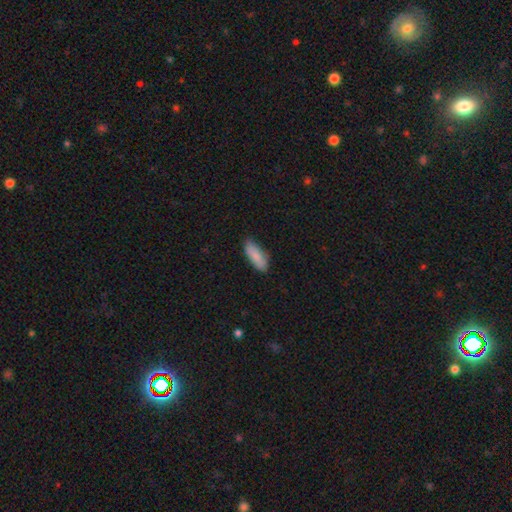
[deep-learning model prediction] Smooth or featured: smooth — 85% (featured or disk — 9%)
How rounded: in between — 71% (cigar-shaped — 27%)
Merging: none — 79% (minor disturbance — 17%)